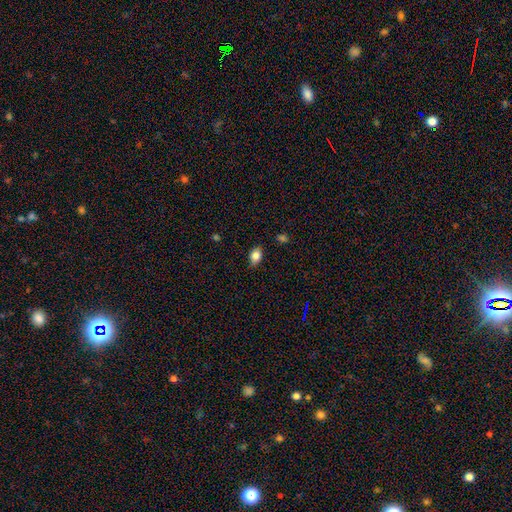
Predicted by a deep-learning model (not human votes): Morphology: type=smooth (84%); roundness=in between (81%); merging=none (82%).